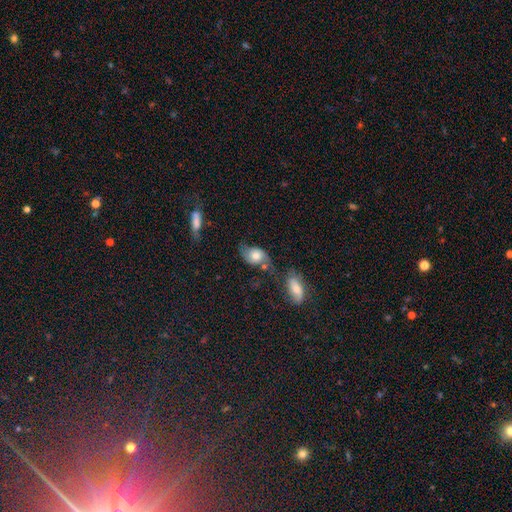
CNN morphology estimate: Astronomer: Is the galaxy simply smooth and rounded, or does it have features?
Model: smooth — 53% (runner-up: featured or disk, 38%).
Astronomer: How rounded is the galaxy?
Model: in between — 75%.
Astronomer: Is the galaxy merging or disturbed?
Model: none — 38% (runner-up: minor disturbance, 24%).